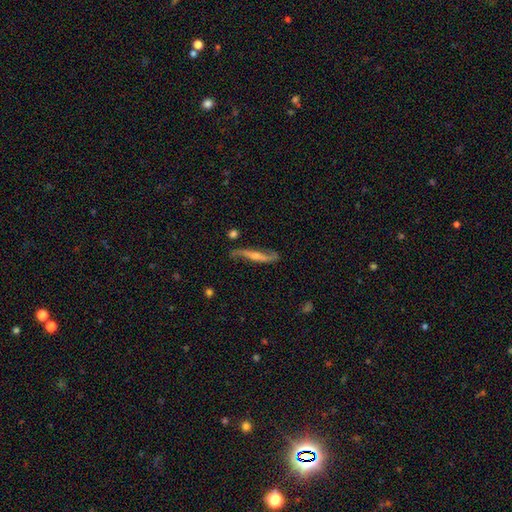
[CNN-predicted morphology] This appears to be a featured or disk galaxy (78%) viewed edge-on (53%). Merging: none (70%).